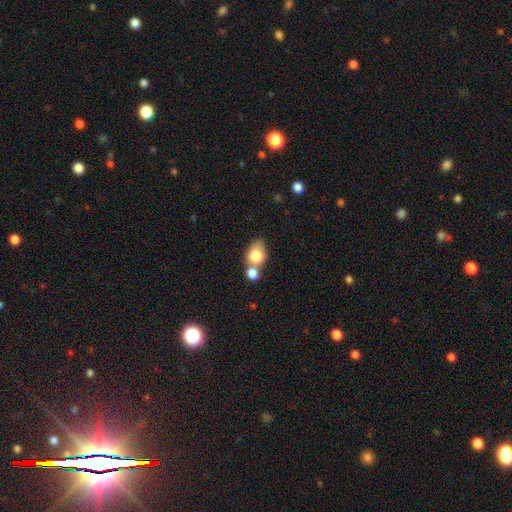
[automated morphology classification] Smooth or featured?
  - smooth: 78% *
  - featured or disk: 13%
  - star or artifact: 8%
How rounded?
  - in between: 69% *
  - round: 29%
  - cigar-shaped: 2%
Merging?
  - merger: 50% *
  - none: 34%
  - minor disturbance: 11%
  - major disturbance: 5%